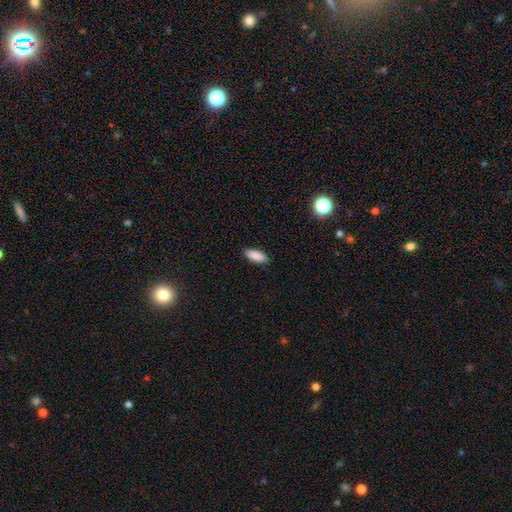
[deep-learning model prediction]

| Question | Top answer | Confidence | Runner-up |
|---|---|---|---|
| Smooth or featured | smooth | 89% | star or artifact (7%) |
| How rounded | in between | 77% | cigar-shaped (21%) |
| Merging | none | 88% | minor disturbance (9%) |